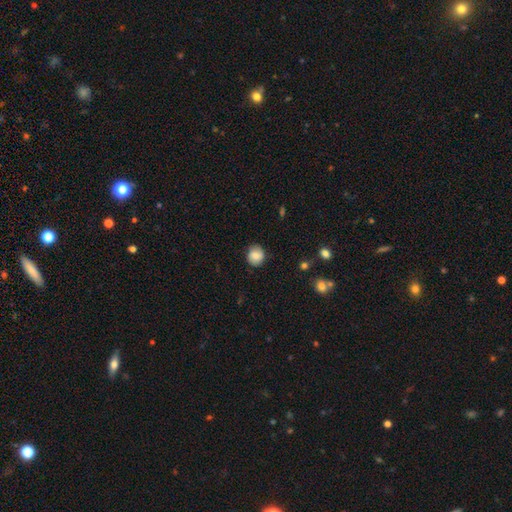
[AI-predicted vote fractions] smooth-or-featured: smooth: 81% | featured or disk: 11% | star or artifact: 8%
  how-rounded: round: 82% | in between: 17% | cigar-shaped: 1%
  merging: none: 82% | minor disturbance: 13% | major disturbance: 3% | merger: 1%